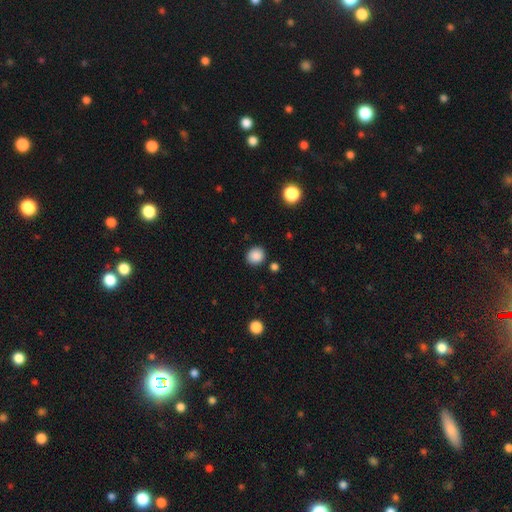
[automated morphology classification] A smooth galaxy with no disk features (87%) that is round (84%).

Vote fractions:
- Smooth or featured? smooth: 87% / star or artifact: 10% / featured or disk: 3%
- How rounded? round: 84% / in between: 15% / cigar-shaped: 1%
- Merging? none: 88% / minor disturbance: 7% / merger: 3% / major disturbance: 2%